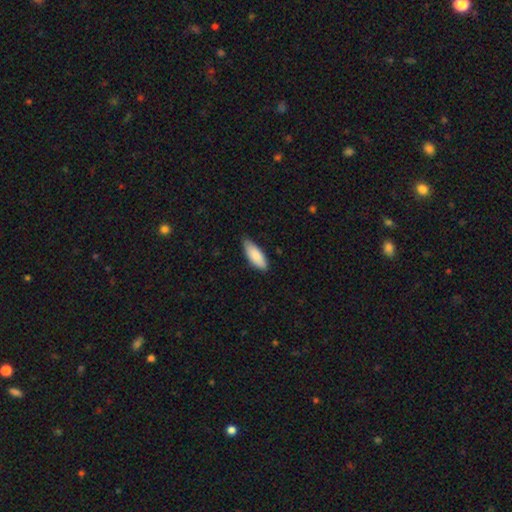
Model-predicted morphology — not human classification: Smooth or featured?
  - smooth: 87% *
  - featured or disk: 8%
  - star or artifact: 5%
How rounded?
  - in between: 74% *
  - cigar-shaped: 24%
  - round: 2%
Merging?
  - none: 74% *
  - minor disturbance: 22%
  - major disturbance: 2%
  - merger: 1%